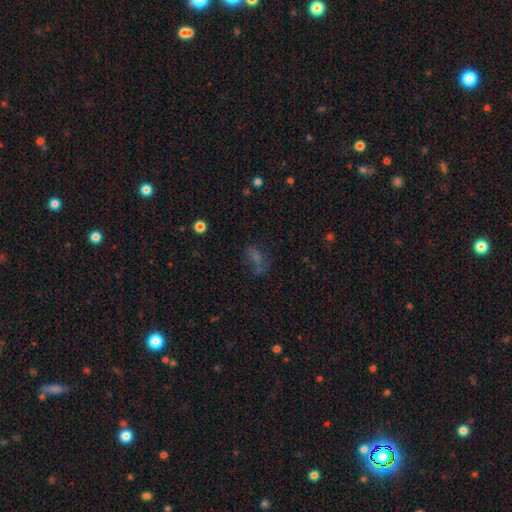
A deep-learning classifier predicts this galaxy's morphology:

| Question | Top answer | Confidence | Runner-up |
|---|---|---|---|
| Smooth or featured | smooth | 44% | star or artifact (33%) |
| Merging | none | 46% | major disturbance (25%) |